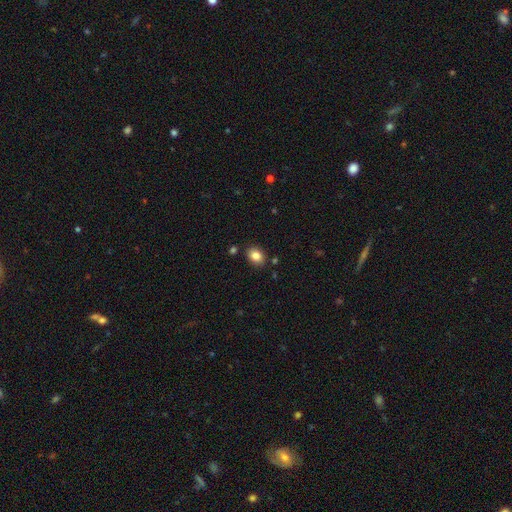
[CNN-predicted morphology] Overall: smooth (84%). How rounded: in between (68%; round 31%). Merging: none (85%).